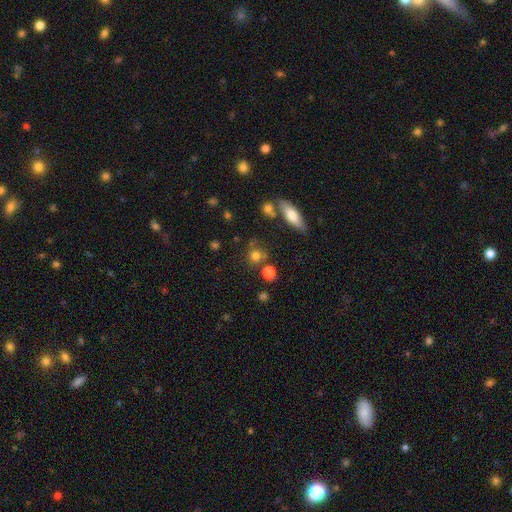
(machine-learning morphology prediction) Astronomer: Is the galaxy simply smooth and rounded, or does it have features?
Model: smooth — 76%.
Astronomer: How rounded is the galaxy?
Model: round — 85%.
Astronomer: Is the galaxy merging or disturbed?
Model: none — 68%.